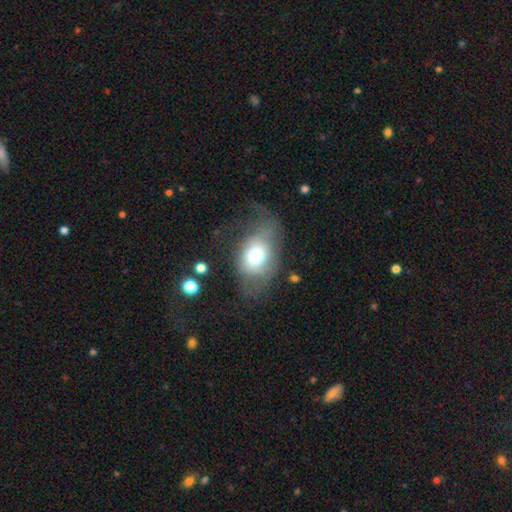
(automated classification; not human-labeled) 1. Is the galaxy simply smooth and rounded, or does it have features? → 64% smooth, 26% featured or disk, 11% star or artifact.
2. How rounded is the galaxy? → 67% in between, 32% round, 1% cigar-shaped.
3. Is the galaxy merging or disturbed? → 38% major disturbance, 35% none, 24% minor disturbance, 3% merger.